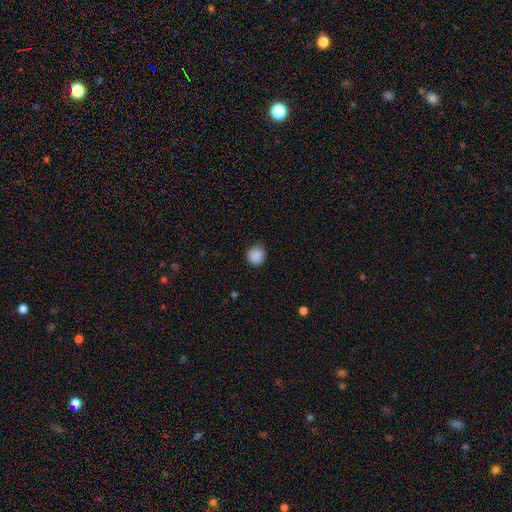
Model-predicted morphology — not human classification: The model was most divided on "merging": none: 87%, minor disturbance: 10%, major disturbance: 2%, merger: 1%. More confident: how rounded — round (90%); smooth or featured — smooth (88%).